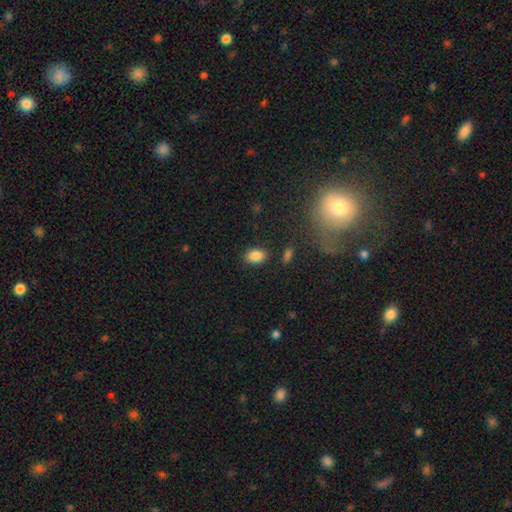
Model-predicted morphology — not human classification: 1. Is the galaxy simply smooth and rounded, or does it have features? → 86% smooth, 9% star or artifact, 4% featured or disk.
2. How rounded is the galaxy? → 79% in between, 20% round, 1% cigar-shaped.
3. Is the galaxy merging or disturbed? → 84% none, 10% minor disturbance, 3% major disturbance, 3% merger.